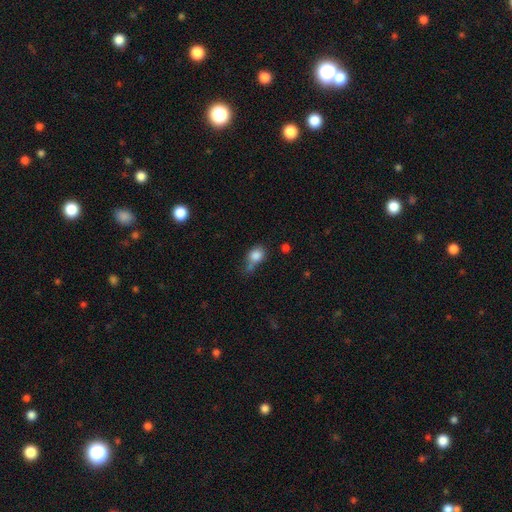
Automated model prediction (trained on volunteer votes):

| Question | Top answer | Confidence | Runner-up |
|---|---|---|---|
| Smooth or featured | smooth | 82% | star or artifact (10%) |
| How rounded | round | 54% | in between (44%) |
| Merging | none | 37% | minor disturbance (26%) |